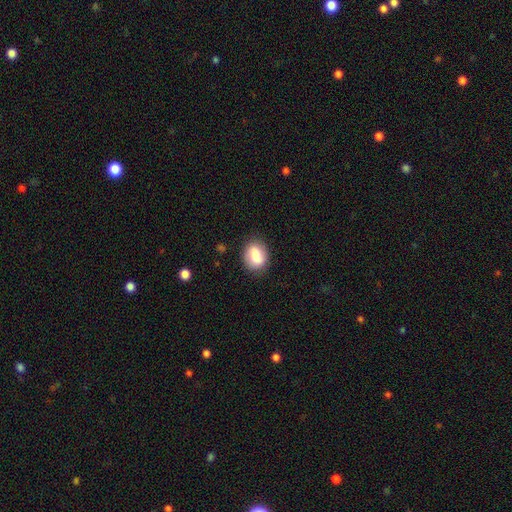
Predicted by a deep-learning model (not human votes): A smooth galaxy with no disk features (80%) that is in between round and cigar-shaped (59%). Merging: none (84%).